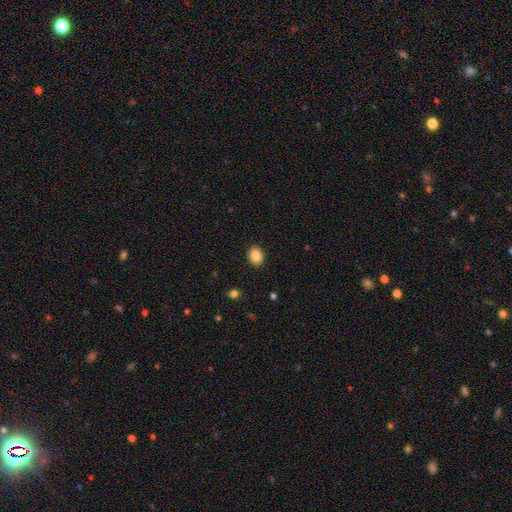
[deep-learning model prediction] smooth_or_featured: smooth (p=0.86) [alt: star or artifact p=0.09]
how_rounded: in between (p=0.58) [alt: round p=0.41]
merging: none (p=0.90) [alt: minor disturbance p=0.07]